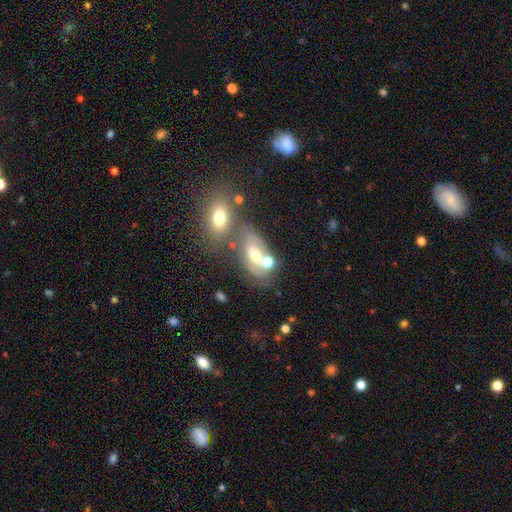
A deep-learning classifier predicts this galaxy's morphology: This appears to be a featured or disk galaxy (52%). Merging: none (43%).